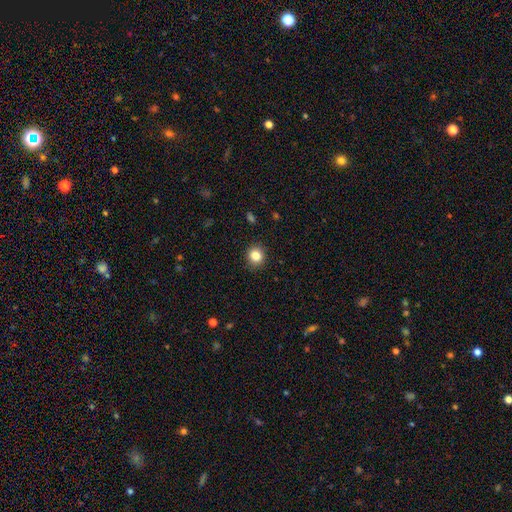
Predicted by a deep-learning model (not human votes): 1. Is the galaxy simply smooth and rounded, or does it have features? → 84% smooth, 11% star or artifact, 5% featured or disk.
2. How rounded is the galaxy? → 83% round, 16% in between, 1% cigar-shaped.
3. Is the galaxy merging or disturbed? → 90% none, 7% minor disturbance, 2% major disturbance, 1% merger.